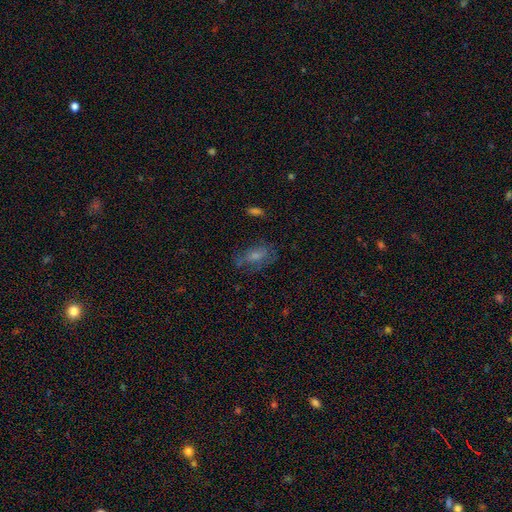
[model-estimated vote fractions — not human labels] Smooth or featured? Predicted: smooth (p=0.53). How rounded? Predicted: in between (p=0.83). Merging? Predicted: none (p=0.58).